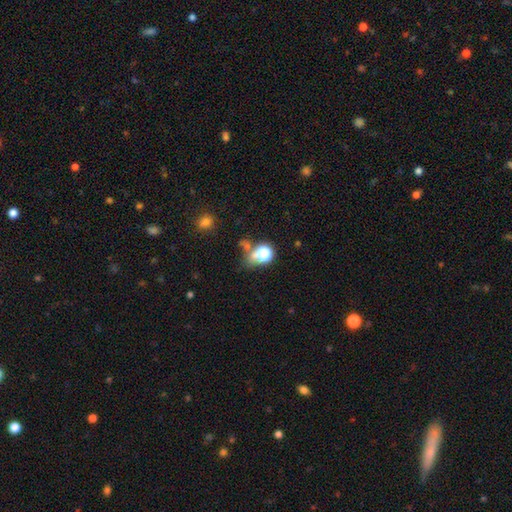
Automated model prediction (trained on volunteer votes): Smooth or featured? Predicted: smooth (p=0.54). How rounded? Predicted: round (p=0.68). Merging? Predicted: none (p=0.50).